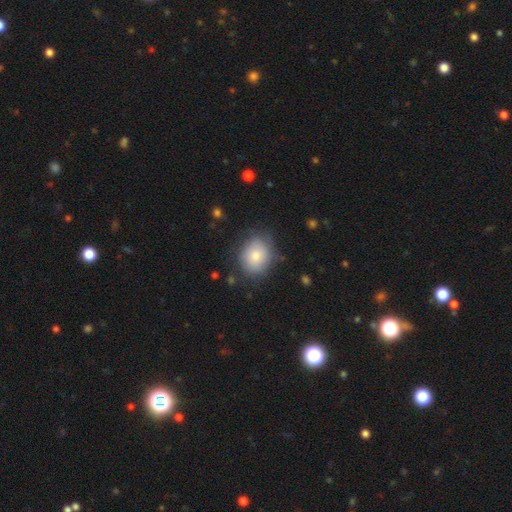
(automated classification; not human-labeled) The model was most divided on "how rounded": round: 56%, in between: 43%, cigar-shaped: 1%. More confident: smooth or featured — smooth (80%); merging — none (75%).